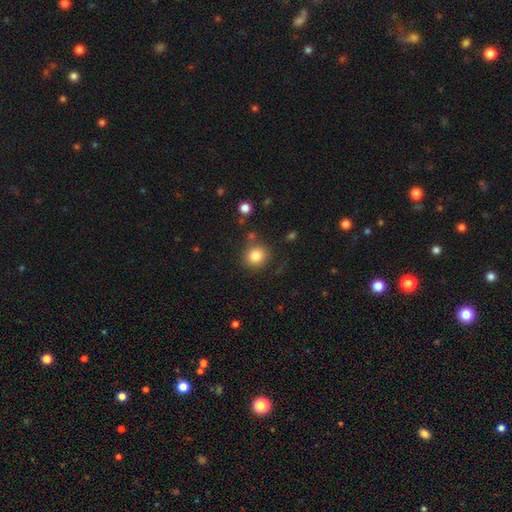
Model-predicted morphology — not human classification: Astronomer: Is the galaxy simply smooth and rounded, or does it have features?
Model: smooth — 83%.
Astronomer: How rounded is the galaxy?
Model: round — 86%.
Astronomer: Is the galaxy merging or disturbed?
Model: none — 80%.